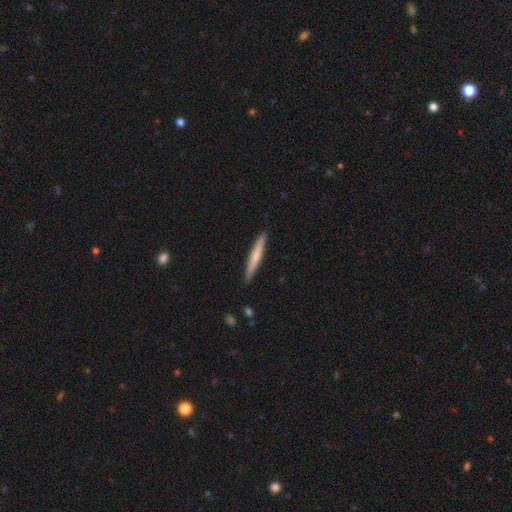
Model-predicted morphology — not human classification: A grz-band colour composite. It shows a smooth galaxy with no disk features (63%) that is cigar-shaped (96%). Merging: none (91%).